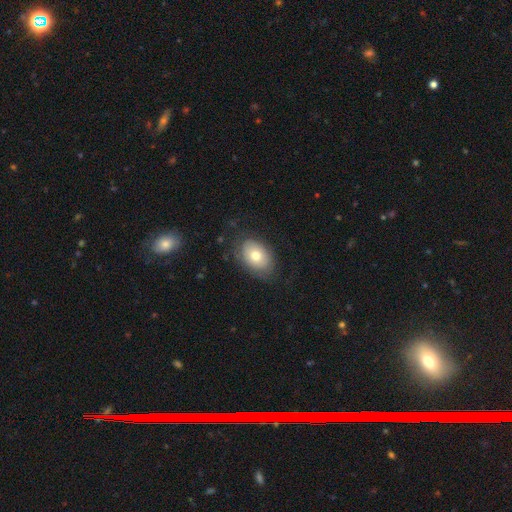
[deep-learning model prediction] A smooth galaxy with no disk features (69%) that is in between round and cigar-shaped (82%). Merging: none (74%).